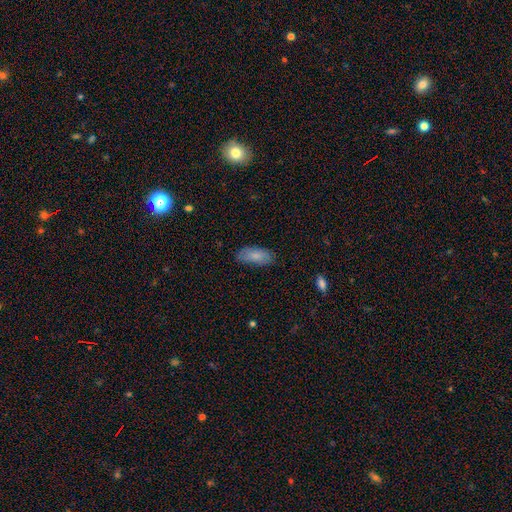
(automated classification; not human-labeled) Morphology: type=smooth (84%); roundness=in between (87%); merging=none (80%).